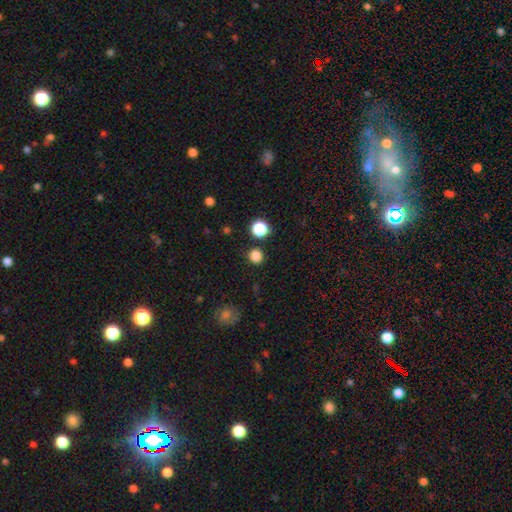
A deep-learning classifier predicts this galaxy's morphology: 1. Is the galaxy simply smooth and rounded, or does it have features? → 83% smooth, 14% star or artifact, 3% featured or disk.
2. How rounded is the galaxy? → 91% round, 8% in between, 1% cigar-shaped.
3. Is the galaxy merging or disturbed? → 88% none, 6% minor disturbance, 3% merger, 2% major disturbance.